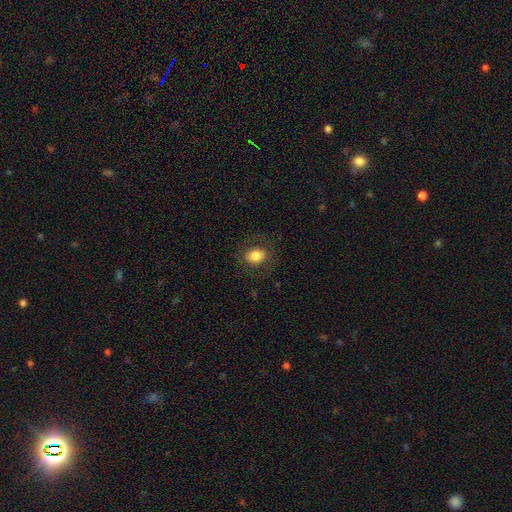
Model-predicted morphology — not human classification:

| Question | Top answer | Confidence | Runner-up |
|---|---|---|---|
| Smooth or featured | smooth | 79% | featured or disk (12%) |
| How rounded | in between | 52% | round (47%) |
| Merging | none | 82% | minor disturbance (11%) |